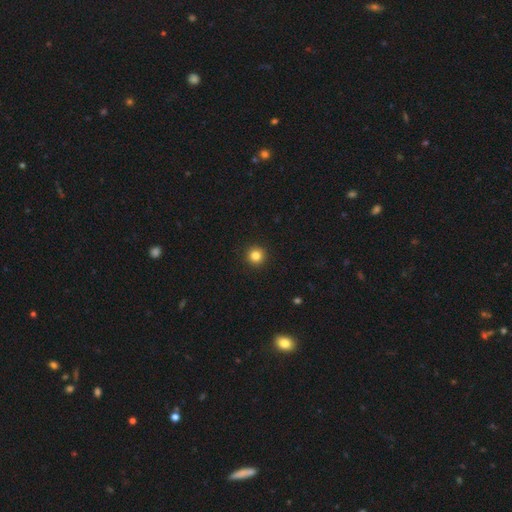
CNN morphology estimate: Smooth or featured? smooth (83%)
How rounded? round (96%)
Merging? none (93%)